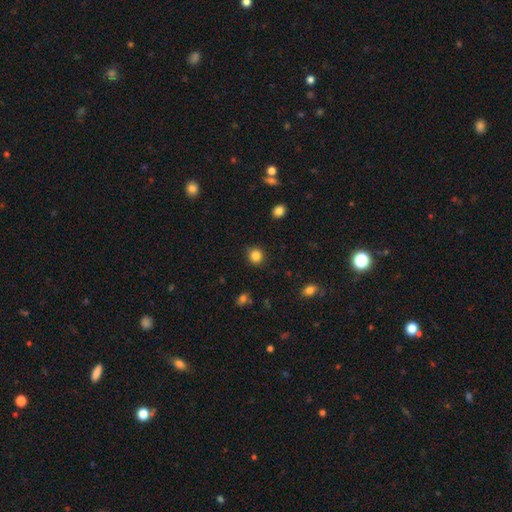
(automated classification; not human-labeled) smooth-or-featured: smooth: 85% | star or artifact: 11% | featured or disk: 4%
  how-rounded: round: 89% | in between: 10% | cigar-shaped: 1%
  merging: none: 87% | minor disturbance: 9% | major disturbance: 2% | merger: 1%